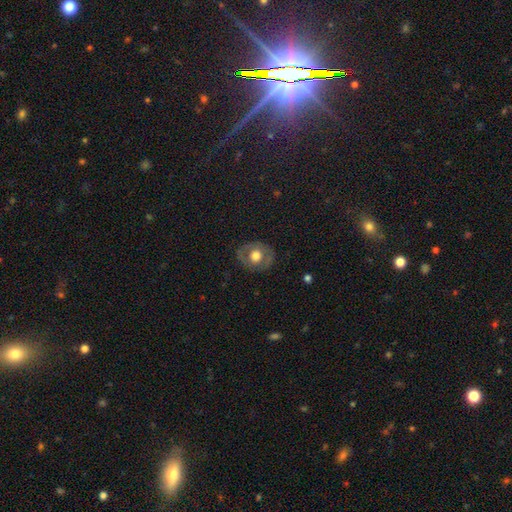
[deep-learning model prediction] smooth_or_featured: smooth (p=0.50) [alt: featured or disk p=0.43]
merging: none (p=0.80) [alt: minor disturbance p=0.14]